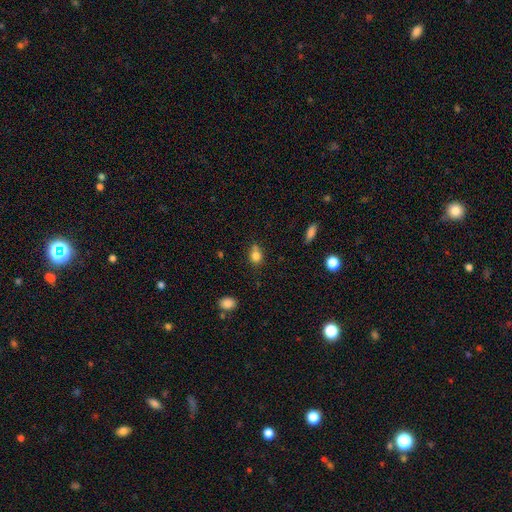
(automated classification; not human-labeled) Smooth or featured? Predicted: smooth (p=0.80). How rounded? Predicted: in between (p=0.49, tied with round). Merging? Predicted: none (p=0.55).